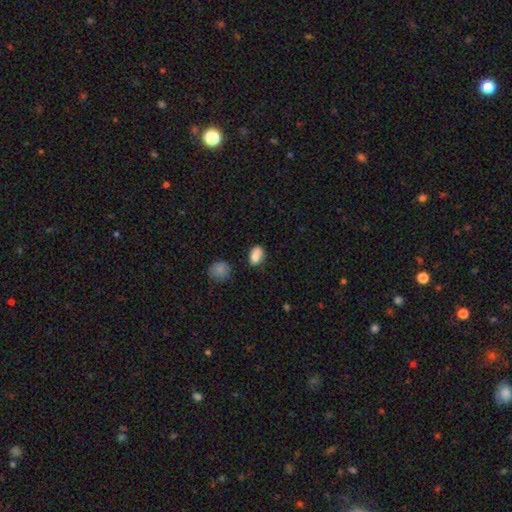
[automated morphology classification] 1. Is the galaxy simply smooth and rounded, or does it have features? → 77% smooth, 14% featured or disk, 9% star or artifact.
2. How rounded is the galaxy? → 73% in between, 25% round, 2% cigar-shaped.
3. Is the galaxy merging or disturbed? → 43% none, 29% merger, 20% minor disturbance, 7% major disturbance.